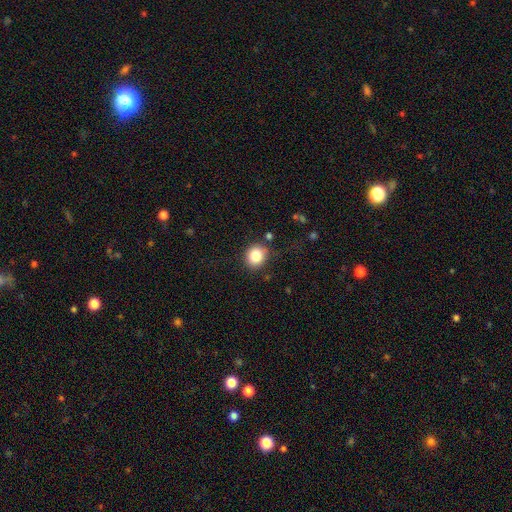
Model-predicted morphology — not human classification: The model was most divided on "how rounded": round: 76%, in between: 23%, cigar-shaped: 1%. More confident: smooth or featured — smooth (84%); merging — none (82%).